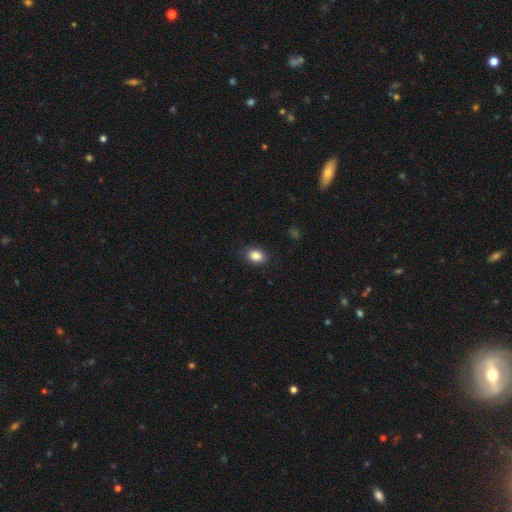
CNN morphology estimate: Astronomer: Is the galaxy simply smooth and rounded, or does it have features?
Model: smooth — 86%.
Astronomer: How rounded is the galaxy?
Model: in between — 72%.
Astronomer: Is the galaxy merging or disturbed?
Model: none — 86%.